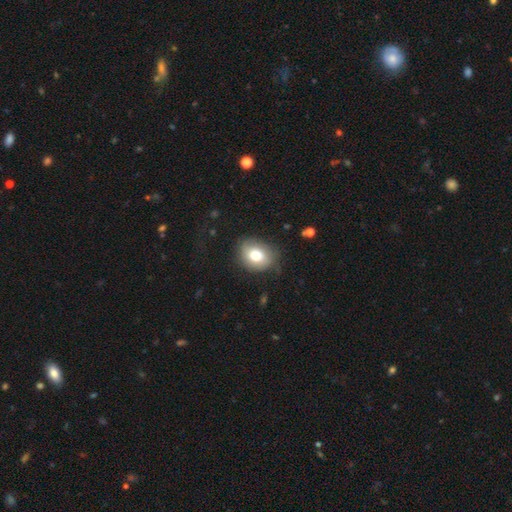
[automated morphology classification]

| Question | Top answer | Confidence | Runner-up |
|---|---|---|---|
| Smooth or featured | smooth | 75% | featured or disk (16%) |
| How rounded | round | 51% | in between (48%) |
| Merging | none | 74% | minor disturbance (19%) |